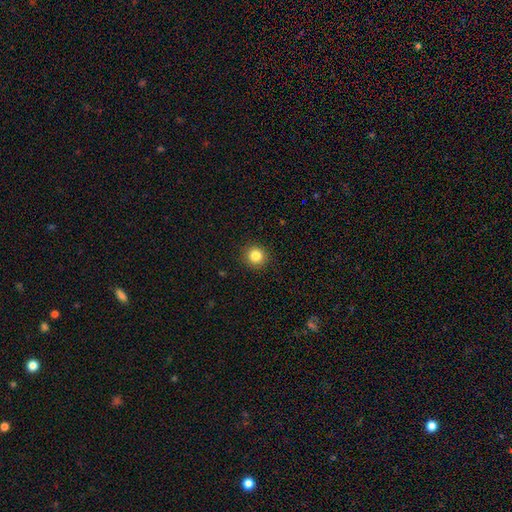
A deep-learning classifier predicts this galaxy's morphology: The model was most divided on "smooth or featured": smooth: 84%, star or artifact: 11%, featured or disk: 5%. More confident: how rounded — round (93%); merging — none (92%).